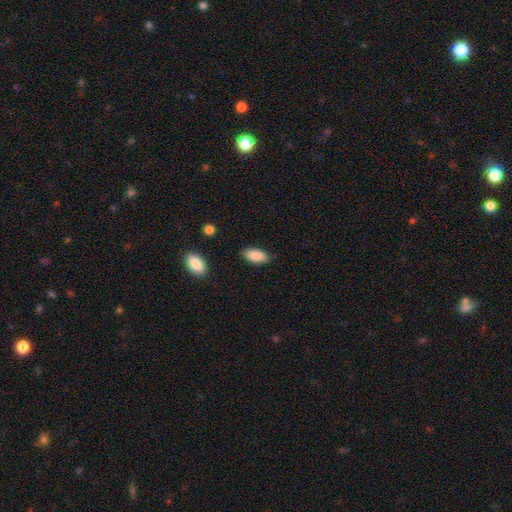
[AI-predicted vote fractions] This appears to be a smooth galaxy with no disk features (88%) that is in between round and cigar-shaped (92%). Merging: none (86%).